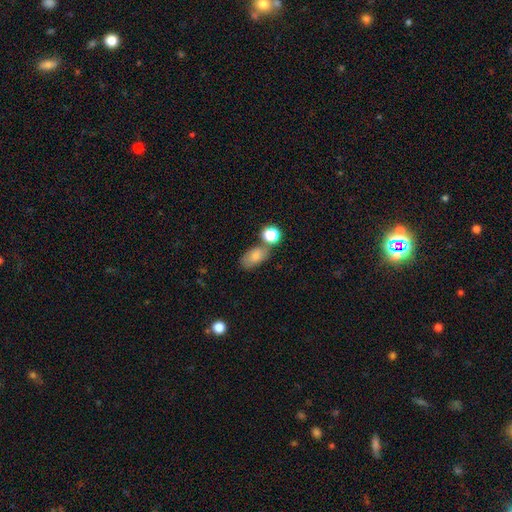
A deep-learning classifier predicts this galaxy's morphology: Smooth or featured? smooth (76%)
How rounded? in between (85%)
Merging? none (58%)